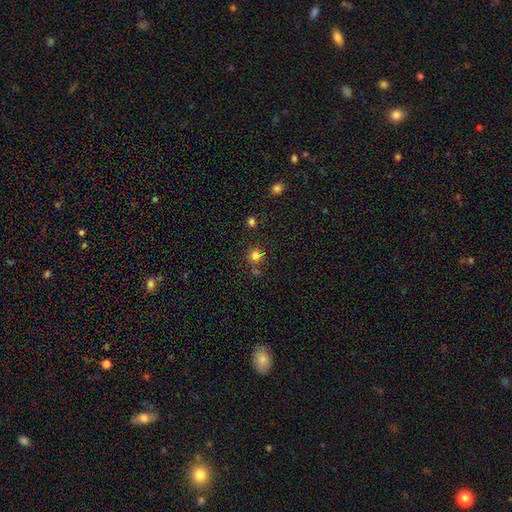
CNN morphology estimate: Smooth or featured?
  - smooth: 74% *
  - star or artifact: 19%
  - featured or disk: 6%
How rounded?
  - round: 88% *
  - in between: 11%
  - cigar-shaped: 1%
Merging?
  - none: 68% *
  - merger: 18%
  - minor disturbance: 10%
  - major disturbance: 4%